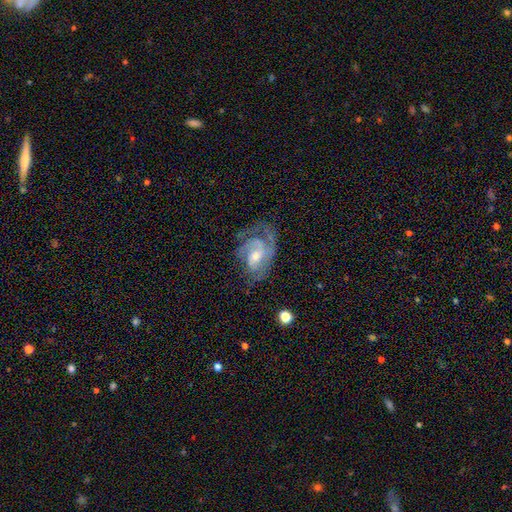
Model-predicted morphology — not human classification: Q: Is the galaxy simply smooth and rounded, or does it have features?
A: featured or disk — 84%.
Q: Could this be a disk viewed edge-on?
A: no — 97%.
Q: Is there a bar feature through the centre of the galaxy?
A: no — 48%.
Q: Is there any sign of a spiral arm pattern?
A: yes — 94%.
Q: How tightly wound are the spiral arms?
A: tight — 44%.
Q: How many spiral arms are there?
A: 2 — 42%.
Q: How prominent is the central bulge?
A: moderate — 57%.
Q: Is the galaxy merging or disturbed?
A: none — 54%.